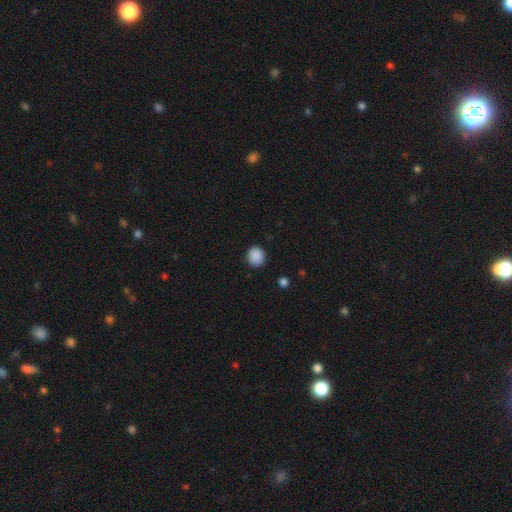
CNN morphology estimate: Q: Smooth or featured?
A: smooth (89%); runner-up: star or artifact (9%)
Q: How rounded?
A: round (74%); runner-up: in between (25%)
Q: Merging?
A: none (88%); runner-up: minor disturbance (9%)